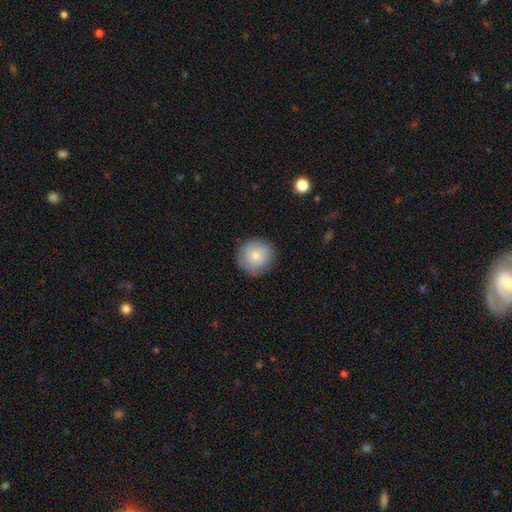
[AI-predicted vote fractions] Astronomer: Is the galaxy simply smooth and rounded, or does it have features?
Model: smooth — 76%.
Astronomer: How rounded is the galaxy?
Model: round — 92%.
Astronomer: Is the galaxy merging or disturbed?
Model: none — 83%.